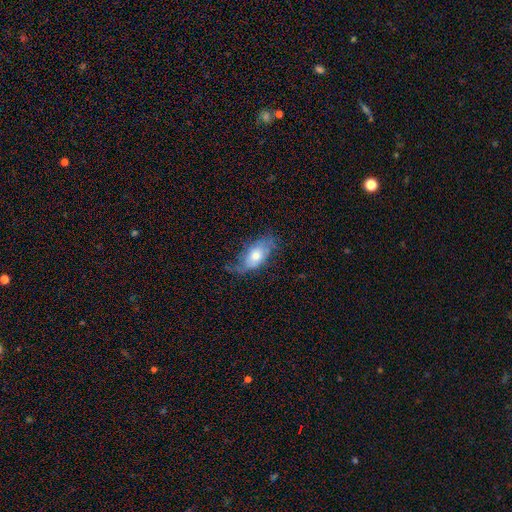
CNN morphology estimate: The model was most divided on "merging": none: 54%, minor disturbance: 30%, major disturbance: 14%, merger: 2%. More confident: how rounded — in between (87%); smooth or featured — smooth (58%).